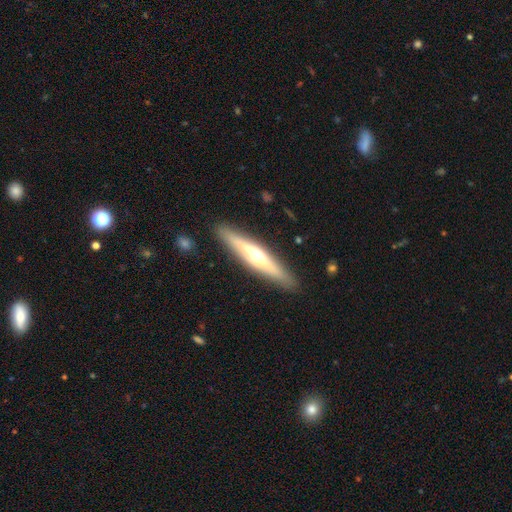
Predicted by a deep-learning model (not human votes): This appears to be a featured or disk galaxy (62%) viewed edge-on (93%) with a rounded central bulge (89%). Merging: none (90%).